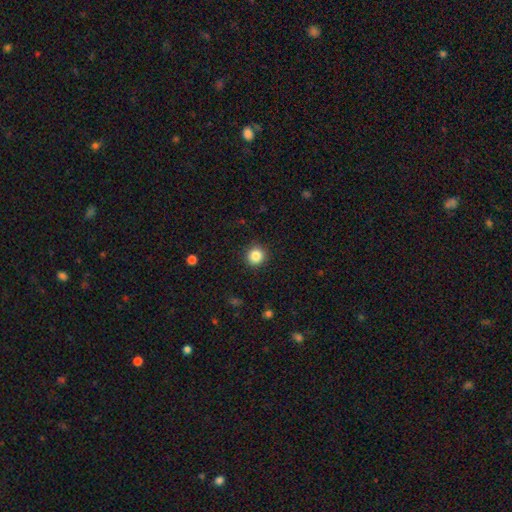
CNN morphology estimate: type=smooth (85%); roundness=round (94%); merging=none (92%).